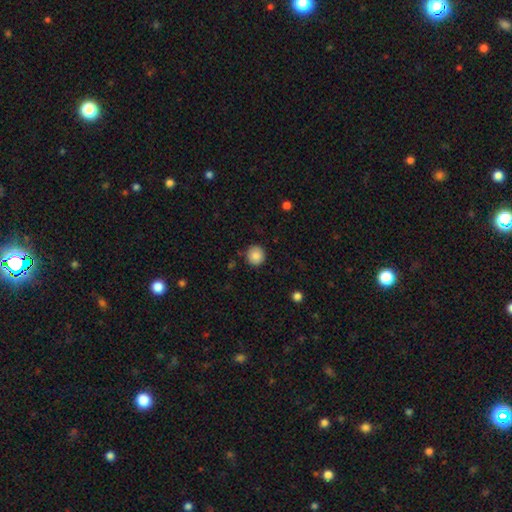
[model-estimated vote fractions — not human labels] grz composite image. It shows a smooth galaxy with no disk features (85%) that is round (92%). Merging: none (88%).